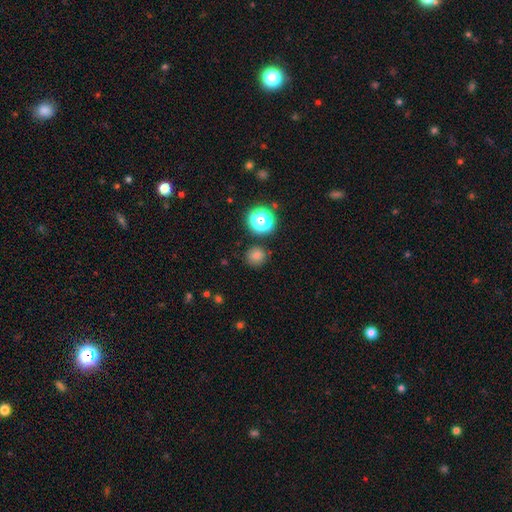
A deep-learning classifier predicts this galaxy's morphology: Smooth or featured? smooth (74%)
How rounded? round (92%)
Merging? none (85%)